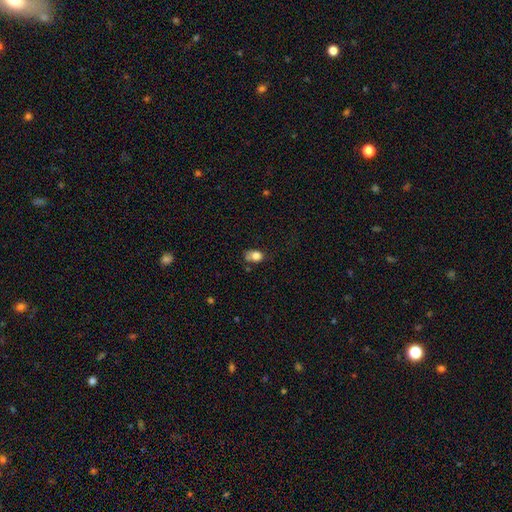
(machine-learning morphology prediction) Smooth or featured? smooth (80%)
How rounded? in between (70%)
Merging? none (43%)